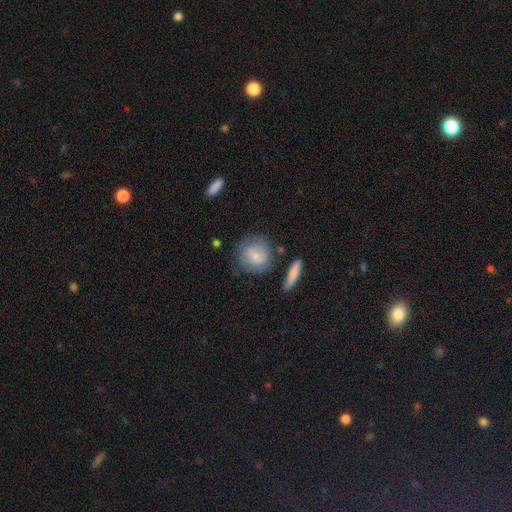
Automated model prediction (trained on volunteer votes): Morphology: type=smooth (68%); roundness=round (80%); merging=none (68%).